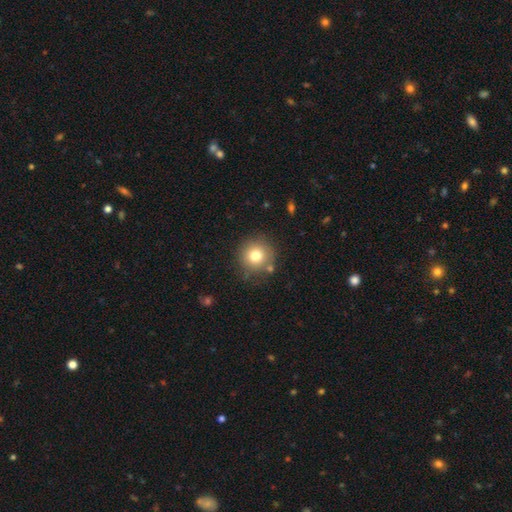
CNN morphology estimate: The model was most divided on "smooth or featured": smooth: 77%, star or artifact: 12%, featured or disk: 11%. More confident: how rounded — round (94%); merging — none (82%).